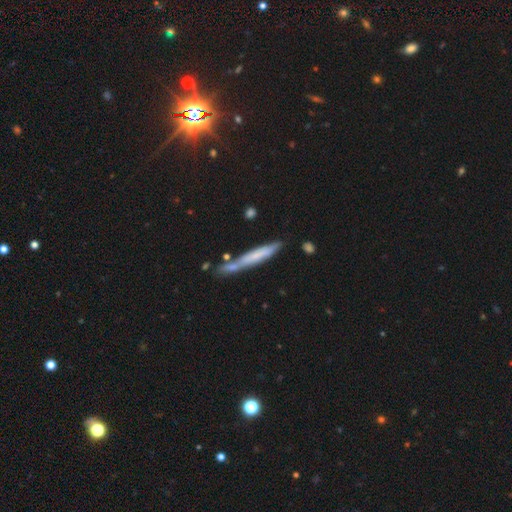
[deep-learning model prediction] smooth 54%, featured or disk 39%, star or artifact 7%. Down the decision tree: how rounded — cigar-shaped (94%); merging — none (66%).